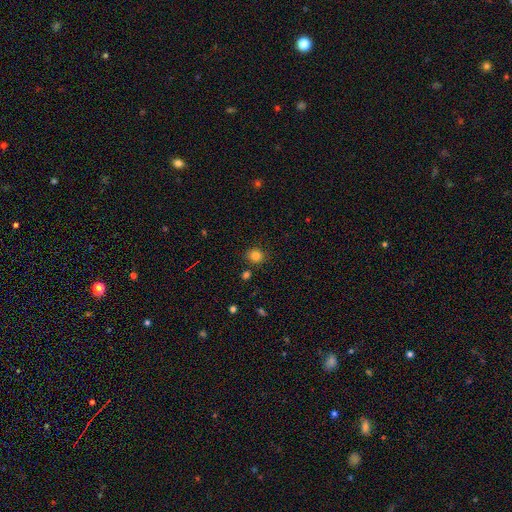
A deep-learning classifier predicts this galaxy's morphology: smooth-or-featured: smooth: 82% | star or artifact: 13% | featured or disk: 5%
  how-rounded: round: 82% | in between: 18% | cigar-shaped: 1%
  merging: none: 85% | minor disturbance: 9% | merger: 4% | major disturbance: 2%